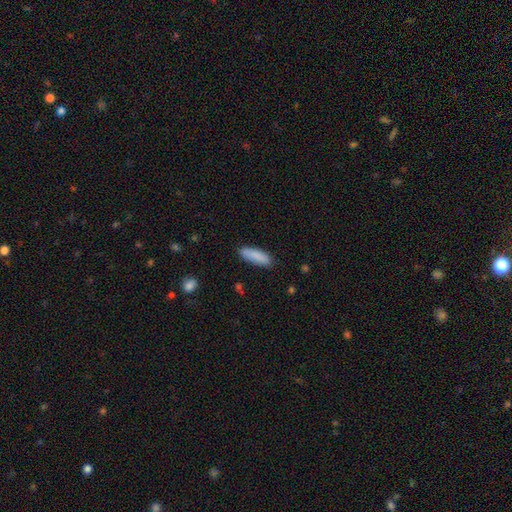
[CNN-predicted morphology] Smooth or featured? smooth (88%)
How rounded? cigar-shaped (55%)
Merging? none (86%)